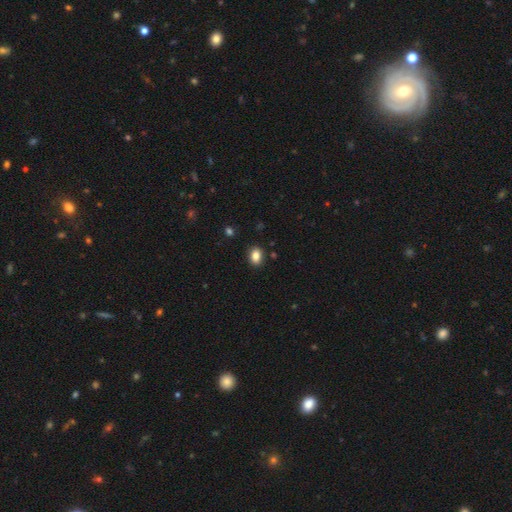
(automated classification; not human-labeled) Overall: smooth (85%). How rounded: in between (74%). Merging: none (88%).